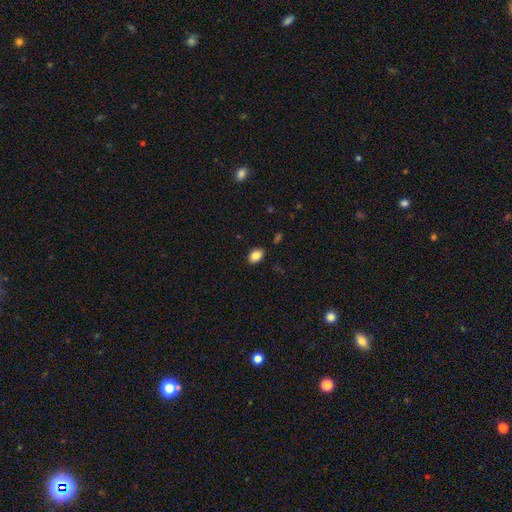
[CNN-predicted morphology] Q: Smooth or featured?
A: smooth (85%); runner-up: star or artifact (9%)
Q: How rounded?
A: in between (81%); runner-up: round (18%)
Q: Merging?
A: none (88%); runner-up: minor disturbance (9%)